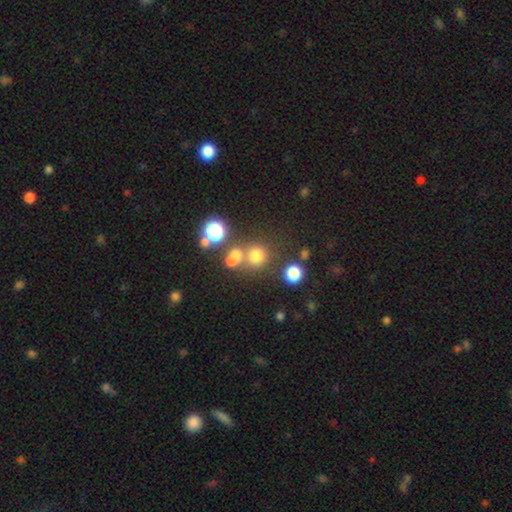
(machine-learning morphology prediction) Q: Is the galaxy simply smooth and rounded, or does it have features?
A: smooth — 68%.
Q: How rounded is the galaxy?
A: round — 88%.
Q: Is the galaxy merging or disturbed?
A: none — 61%.